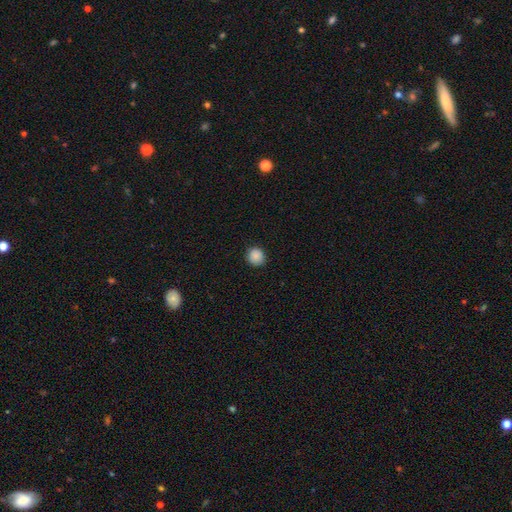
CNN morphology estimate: Smooth or featured: smooth — 88% (star or artifact — 9%)
How rounded: round — 88% (in between — 11%)
Merging: none — 88% (minor disturbance — 9%)